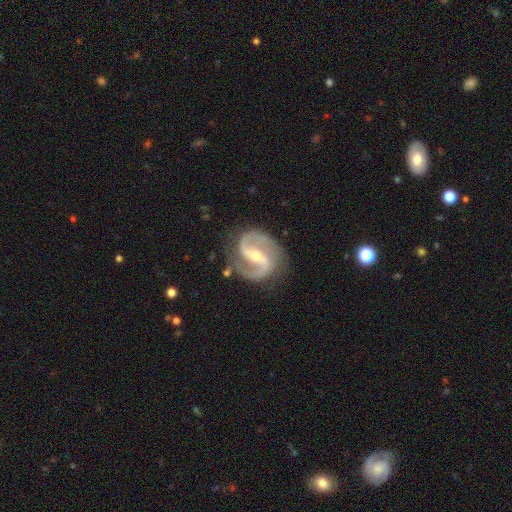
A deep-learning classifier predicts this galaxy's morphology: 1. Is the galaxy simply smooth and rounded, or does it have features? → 93% featured or disk, 4% star or artifact, 3% smooth.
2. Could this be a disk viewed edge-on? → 98% no, 2% yes.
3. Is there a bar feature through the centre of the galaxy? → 45% strong, 34% weak, 21% no.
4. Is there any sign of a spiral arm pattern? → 98% yes, 2% no.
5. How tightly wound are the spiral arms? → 61% medium, 21% loose, 18% tight.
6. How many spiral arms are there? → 94% 2, 1% 3, 1% can't tell, 1% 1, 1% 4, 1% more than 4.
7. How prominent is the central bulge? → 62% small, 35% moderate, 1% none, 1% large, 1% dominant.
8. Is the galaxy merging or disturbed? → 81% none, 13% minor disturbance, 4% major disturbance, 2% merger.